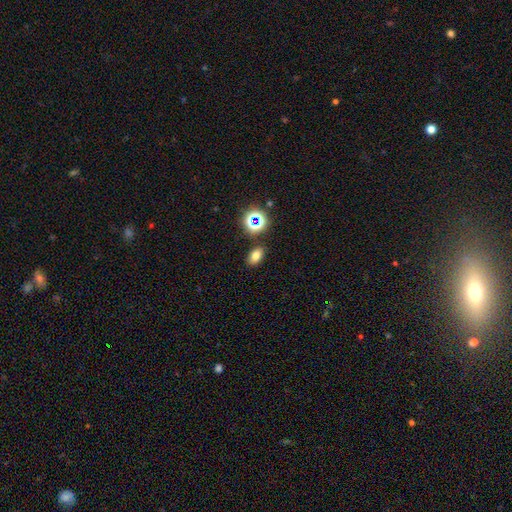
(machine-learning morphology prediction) A smooth galaxy with no disk features (73%) that is in between round and cigar-shaped (83%). Merging: none (85%).